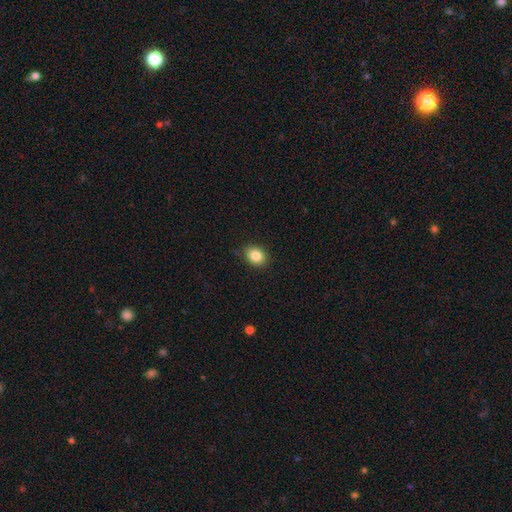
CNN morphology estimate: A smooth galaxy with no disk features (85%) that is in between round and cigar-shaped (55%).

Vote fractions:
- Smooth or featured? smooth: 85% / star or artifact: 9% / featured or disk: 6%
- How rounded? in between: 55% / round: 44% / cigar-shaped: 1%
- Merging? none: 87% / minor disturbance: 10% / major disturbance: 2% / merger: 1%